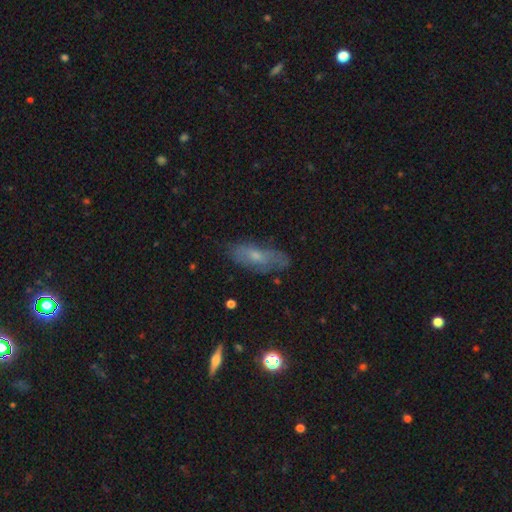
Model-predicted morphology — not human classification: Smooth or featured? Predicted: smooth (p=0.49). Merging? Predicted: none (p=0.68).